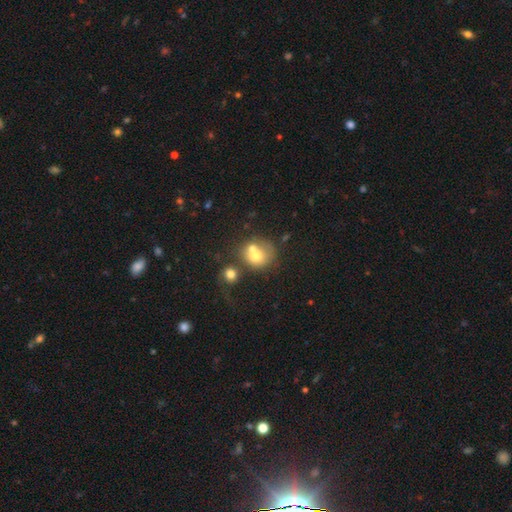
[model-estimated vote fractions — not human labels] Overall: smooth (64%). How rounded: round (76%). Merging: merger (51%; none 32%).